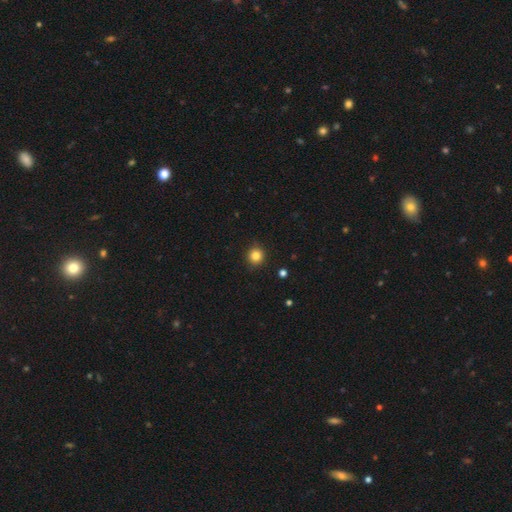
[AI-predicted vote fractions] Smooth or featured: smooth — 84% (star or artifact — 12%)
How rounded: round — 92% (in between — 7%)
Merging: none — 90% (minor disturbance — 7%)